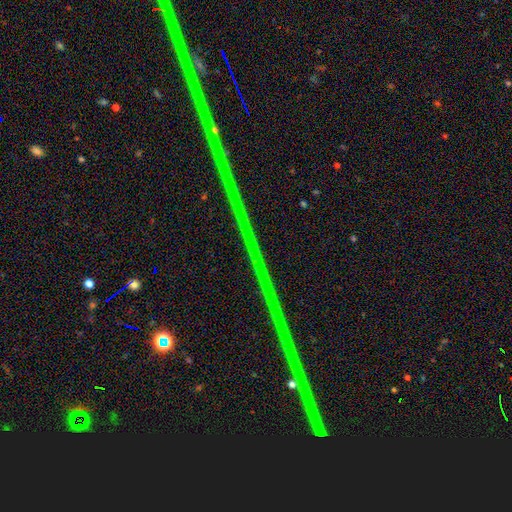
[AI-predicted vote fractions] Morphology: type=star or artifact (89%).